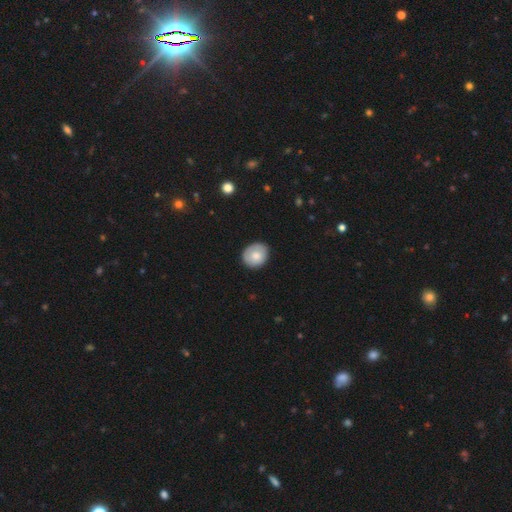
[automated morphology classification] The model was most divided on "how rounded": round: 68%, in between: 31%, cigar-shaped: 1%. More confident: merging — none (80%); smooth or featured — smooth (74%).